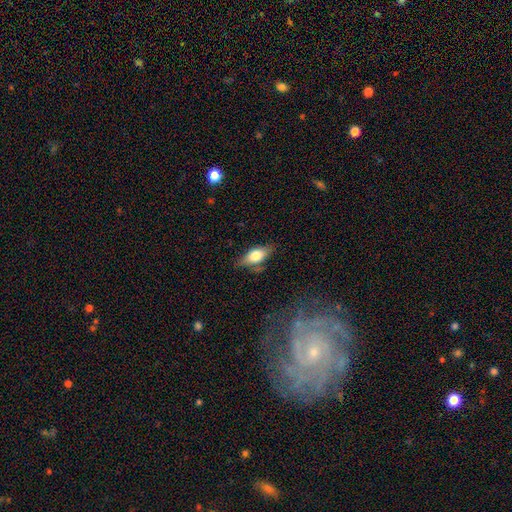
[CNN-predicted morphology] Overall: smooth (69%). How rounded: in between (82%). Merging: none (68%).